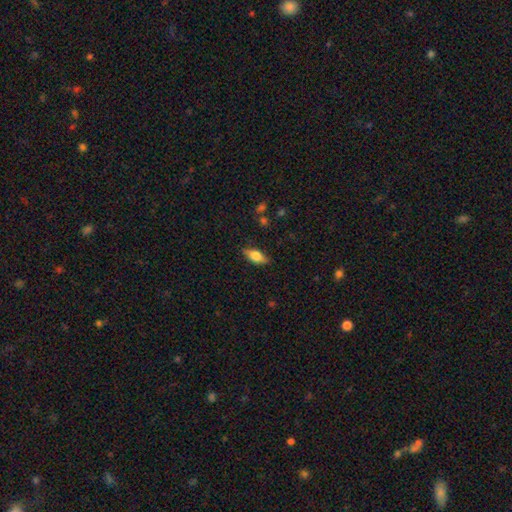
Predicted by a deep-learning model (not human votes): Q: Smooth or featured?
A: smooth (68%); runner-up: featured or disk (25%)
Q: How rounded?
A: in between (78%); runner-up: cigar-shaped (18%)
Q: Merging?
A: none (84%); runner-up: minor disturbance (12%)